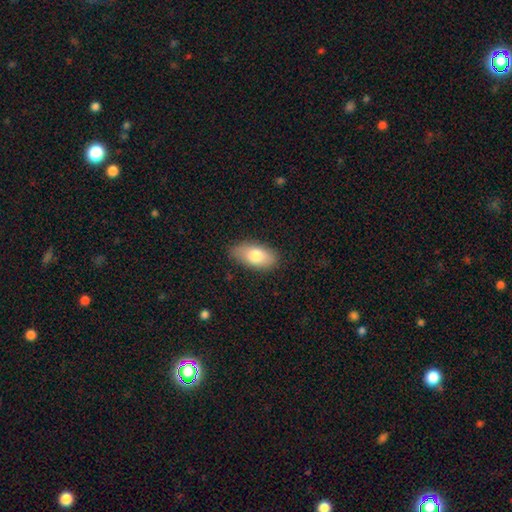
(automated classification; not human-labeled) The model was most divided on "smooth or featured": smooth: 77%, featured or disk: 17%, star or artifact: 7%. More confident: how rounded — in between (91%); merging — none (83%).